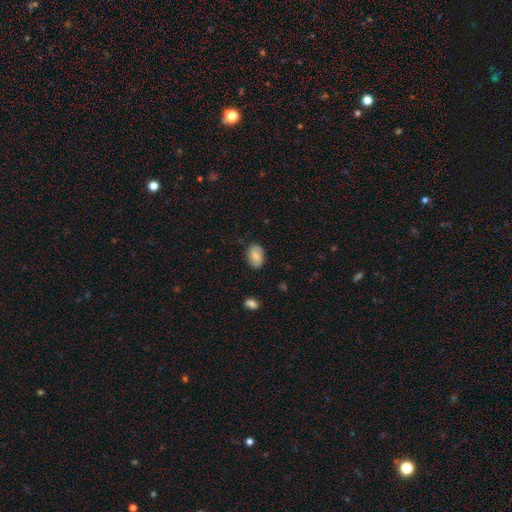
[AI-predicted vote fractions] Smooth or featured?
  - smooth: 82% *
  - featured or disk: 11%
  - star or artifact: 7%
How rounded?
  - in between: 89% *
  - round: 10%
  - cigar-shaped: 1%
Merging?
  - none: 83% *
  - minor disturbance: 13%
  - major disturbance: 3%
  - merger: 1%